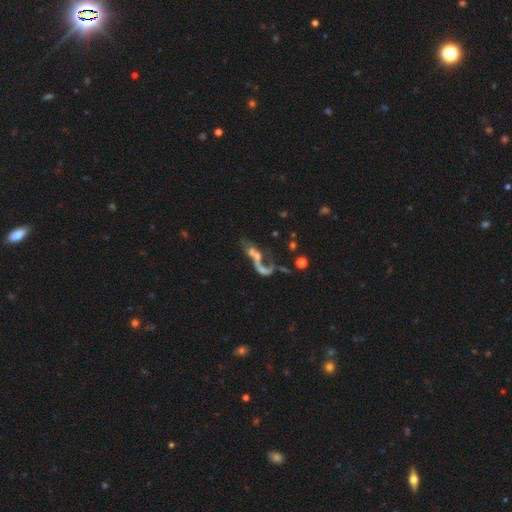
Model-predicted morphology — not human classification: Smooth or featured? Predicted: featured or disk (p=0.58). Edge-on disk? Predicted: no (p=0.86). Merging? Predicted: merger (p=0.45).